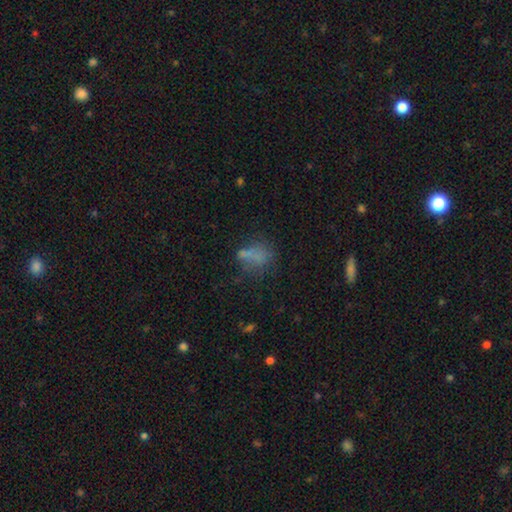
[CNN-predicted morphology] Q: Smooth or featured?
A: smooth (59%); runner-up: featured or disk (23%)
Q: How rounded?
A: in between (66%); runner-up: round (29%)
Q: Merging?
A: none (40%); runner-up: major disturbance (27%)